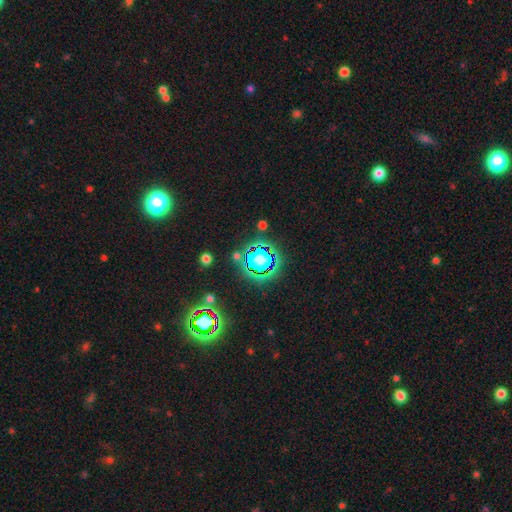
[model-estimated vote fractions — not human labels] This appears to be a star or artifact, not a galaxy (58%).